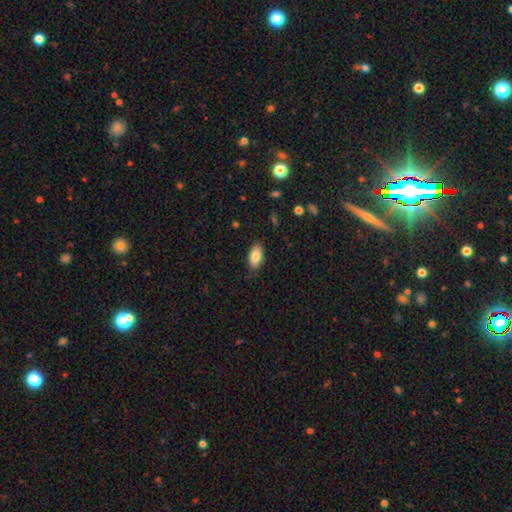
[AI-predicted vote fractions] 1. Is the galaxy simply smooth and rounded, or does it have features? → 84% smooth, 9% featured or disk, 7% star or artifact.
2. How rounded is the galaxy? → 92% in between, 5% cigar-shaped, 3% round.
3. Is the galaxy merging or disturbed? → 84% none, 12% minor disturbance, 2% major disturbance, 1% merger.